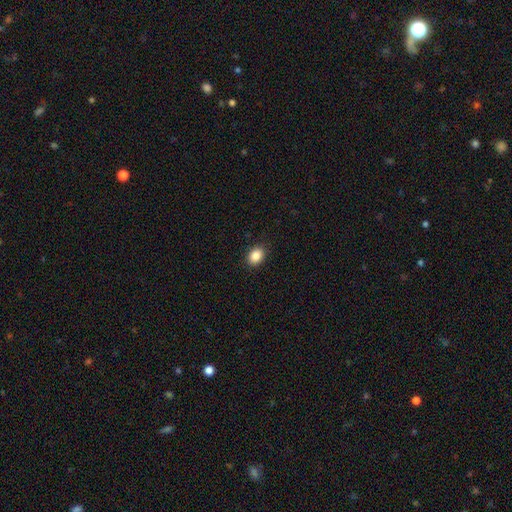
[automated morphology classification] A smooth galaxy with no disk features (87%) that is in between round and cigar-shaped (68%).

Vote fractions:
- Smooth or featured? smooth: 87% / star or artifact: 9% / featured or disk: 4%
- How rounded? in between: 68% / round: 31% / cigar-shaped: 1%
- Merging? none: 90% / minor disturbance: 7% / major disturbance: 2% / merger: 1%